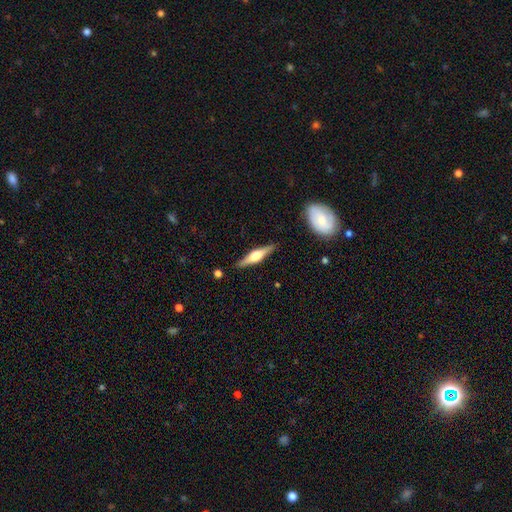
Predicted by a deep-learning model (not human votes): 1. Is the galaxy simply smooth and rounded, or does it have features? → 69% featured or disk, 25% smooth, 5% star or artifact.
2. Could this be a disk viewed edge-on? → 97% yes, 3% no.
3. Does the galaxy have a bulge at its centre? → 90% rounded, 8% boxy, 2% none.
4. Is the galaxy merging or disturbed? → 88% none, 8% minor disturbance, 2% major disturbance, 2% merger.